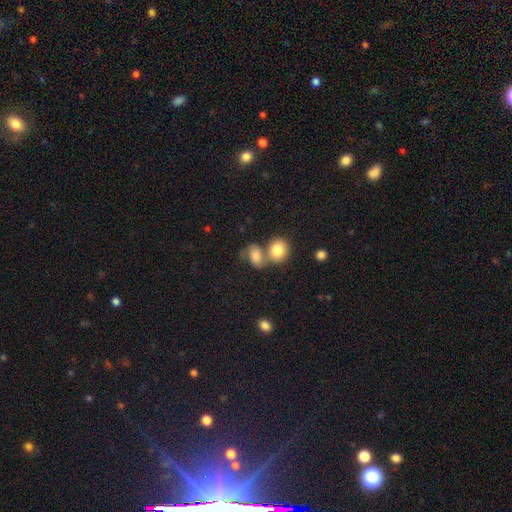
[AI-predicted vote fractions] smooth 63%, featured or disk 27%, star or artifact 10%. Down the decision tree: how rounded — in between (52%); merging — merger (54%).